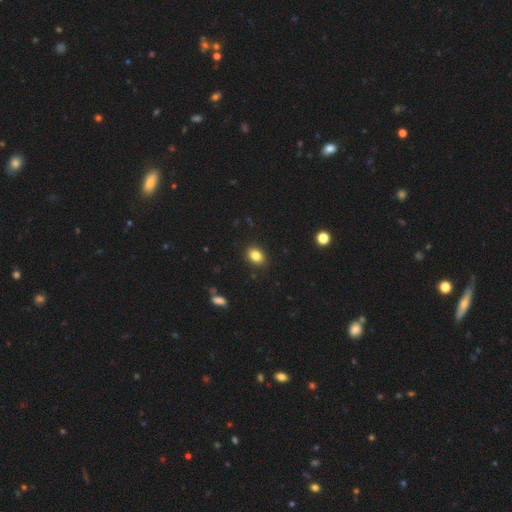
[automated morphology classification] This appears to be a smooth galaxy with no disk features (84%) that is in between round and cigar-shaped (68%). Merging: none (88%).